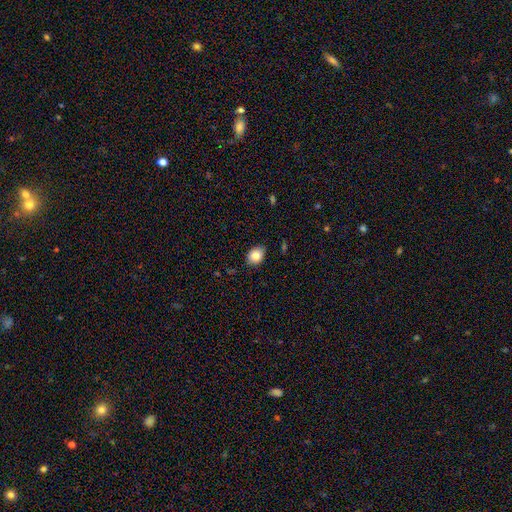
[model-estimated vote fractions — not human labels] Smooth or featured: smooth — 85% (star or artifact — 9%)
How rounded: in between — 66% (round — 33%)
Merging: none — 81% (minor disturbance — 15%)